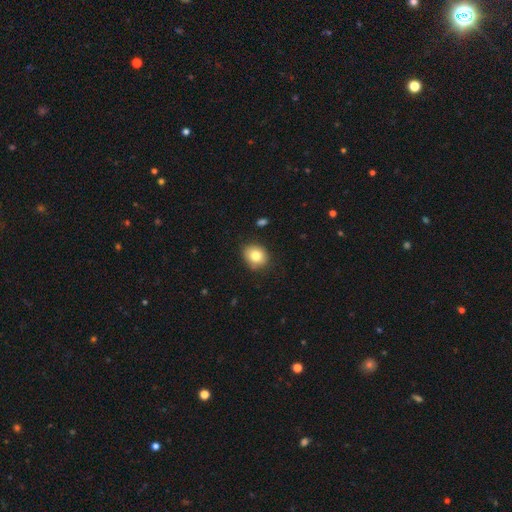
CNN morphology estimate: type=smooth (81%); roundness=round (60%); merging=none (81%).